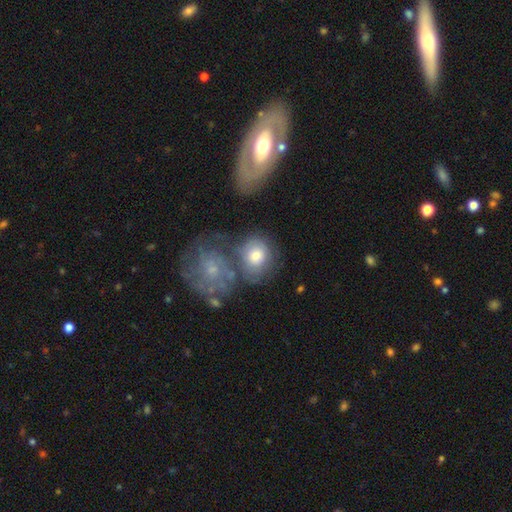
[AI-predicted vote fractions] This is likely a smooth galaxy (61%). How rounded: likely round (64%). Merging: marginally none (43%).